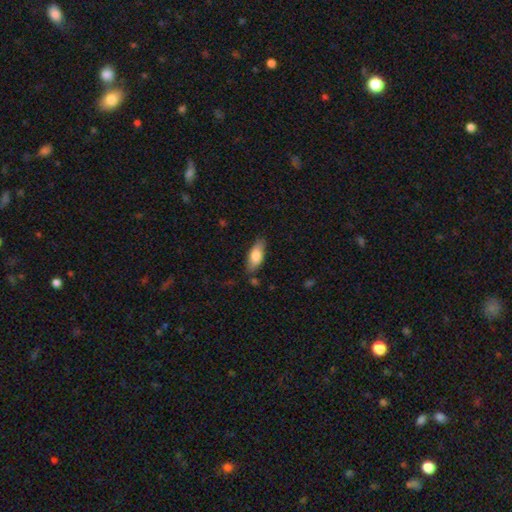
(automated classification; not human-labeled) The model was most divided on "how rounded": in between: 76%, cigar-shaped: 21%, round: 2%. More confident: merging — none (79%); smooth or featured — smooth (76%).